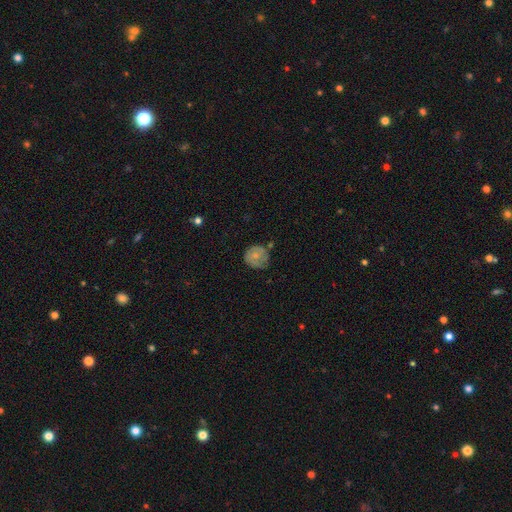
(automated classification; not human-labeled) smooth_or_featured: smooth (p=0.58) [alt: featured or disk p=0.34]
how_rounded: round (p=0.83) [alt: in between p=0.16]
merging: none (p=0.55) [alt: minor disturbance p=0.30]